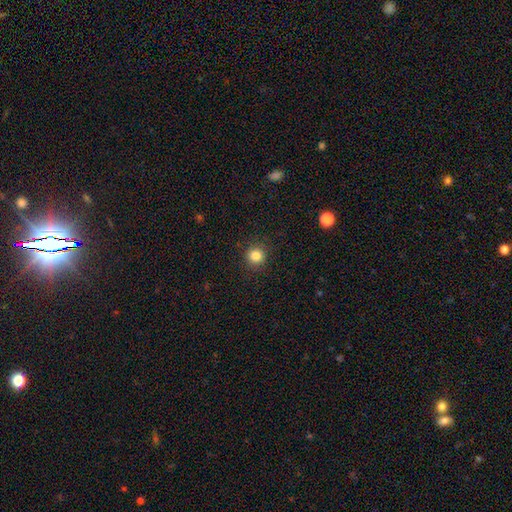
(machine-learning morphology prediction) Smooth or featured? smooth (84%)
How rounded? round (93%)
Merging? none (90%)